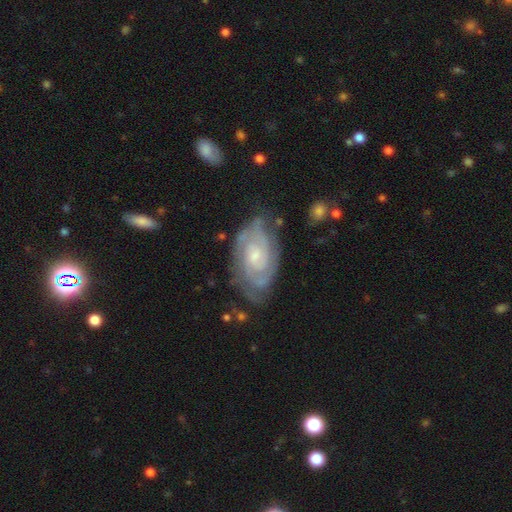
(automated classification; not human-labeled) A featured or disk galaxy (87%) with no bar (66%), 2 (54%) tight (70%) spiral arms (96%) and a small central bulge (59%).

Vote fractions:
- Smooth or featured? featured or disk: 87% / smooth: 8% / star or artifact: 5%
- Edge-on disk? no: 96% / yes: 4%
- Bar? no: 66% / weak: 29% / strong: 5%
- Spiral arms? yes: 96% / no: 4%
- Spiral winding? tight: 70% / medium: 25% / loose: 5%
- Spiral arm count? 2: 54% / can't tell: 22% / 3: 13% / 4: 4% / 1: 3% / more than 4: 3%
- Bulge size? small: 59% / moderate: 34% / none: 4% / large: 2% / dominant: 1%
- Merging? none: 70% / minor disturbance: 21% / major disturbance: 7% / merger: 2%